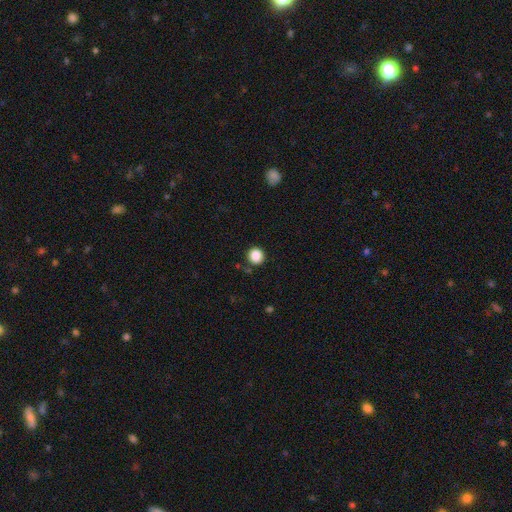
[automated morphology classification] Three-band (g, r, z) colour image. It shows a smooth galaxy with no disk features (87%) that is round (93%). Merging: none (88%).